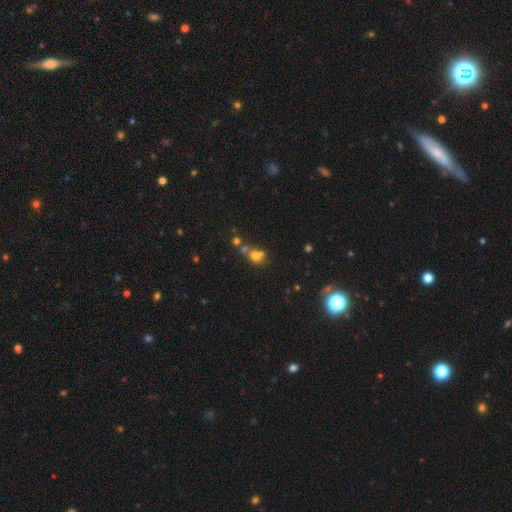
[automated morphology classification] Smooth or featured?
  - smooth: 65% *
  - star or artifact: 19%
  - featured or disk: 16%
How rounded?
  - round: 67% *
  - in between: 31%
  - cigar-shaped: 2%
Merging?
  - merger: 44% *
  - none: 39%
  - minor disturbance: 11%
  - major disturbance: 6%